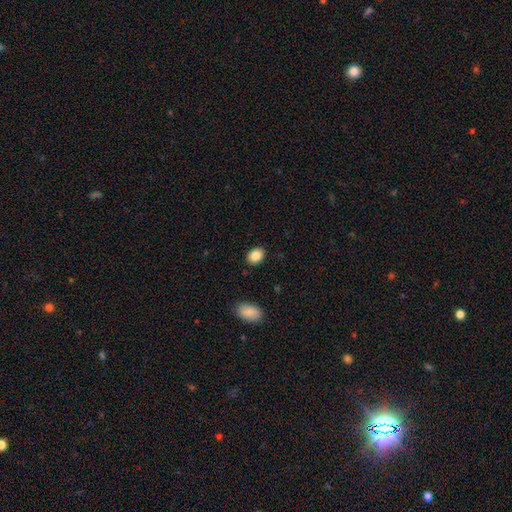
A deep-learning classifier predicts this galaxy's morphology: The model was most divided on "how rounded": in between: 65%, round: 34%, cigar-shaped: 1%. More confident: merging — none (88%); smooth or featured — smooth (86%).